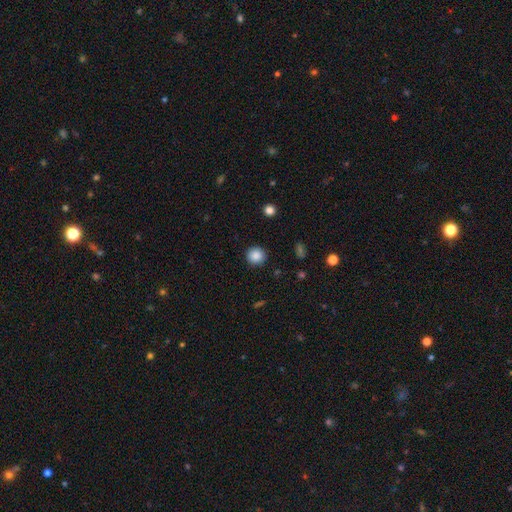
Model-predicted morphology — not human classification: smooth 87%, star or artifact 10%, featured or disk 3%. Down the decision tree: how rounded — round (93%); merging — none (91%).